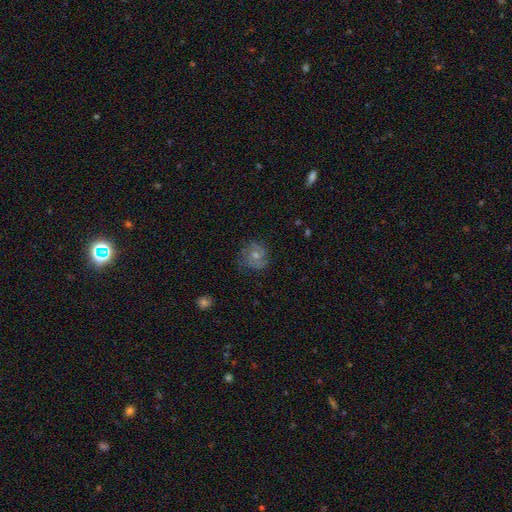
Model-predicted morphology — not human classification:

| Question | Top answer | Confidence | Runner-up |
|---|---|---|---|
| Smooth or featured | featured or disk | 48% | smooth (42%) |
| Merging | none | 71% | minor disturbance (19%) |